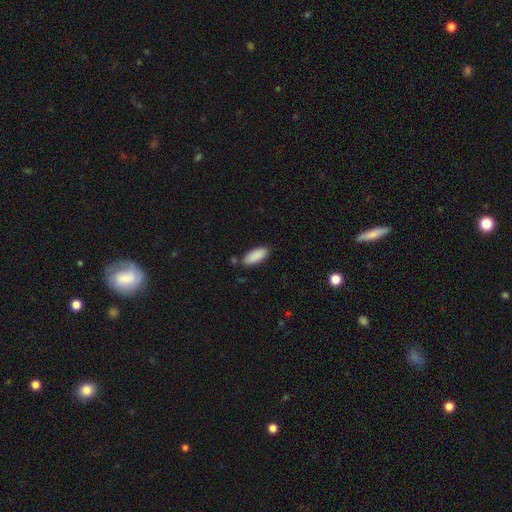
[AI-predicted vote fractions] A smooth galaxy with no disk features (90%) that is in between round and cigar-shaped (79%). Merging: none (80%).